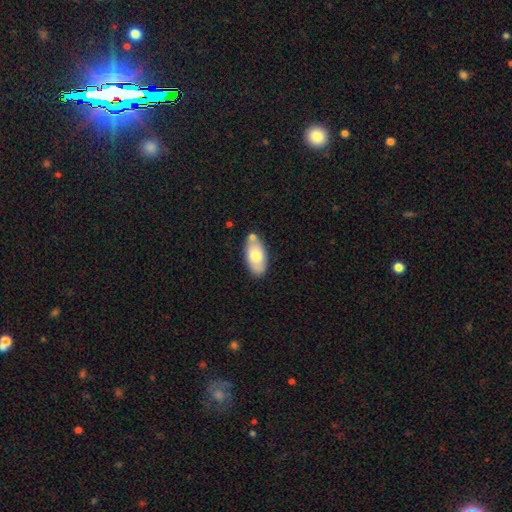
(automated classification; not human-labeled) A smooth galaxy with no disk features (68%) that is in between round and cigar-shaped (92%).

Vote fractions:
- Smooth or featured? smooth: 68% / featured or disk: 26% / star or artifact: 6%
- How rounded? in between: 92% / cigar-shaped: 6% / round: 3%
- Merging? none: 67% / minor disturbance: 16% / merger: 14% / major disturbance: 3%